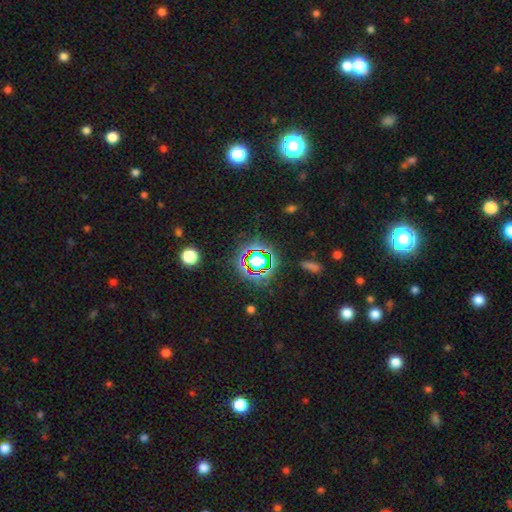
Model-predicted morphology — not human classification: smooth-or-featured: star or artifact: 79% | smooth: 13% | featured or disk: 8%